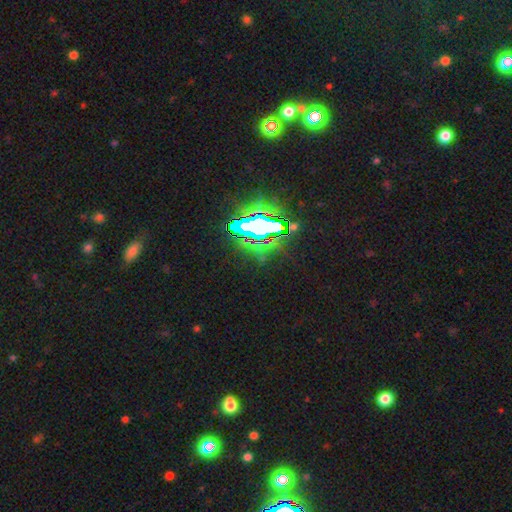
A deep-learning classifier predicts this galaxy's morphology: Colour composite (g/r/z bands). It shows a star or artifact, not a galaxy (82%).